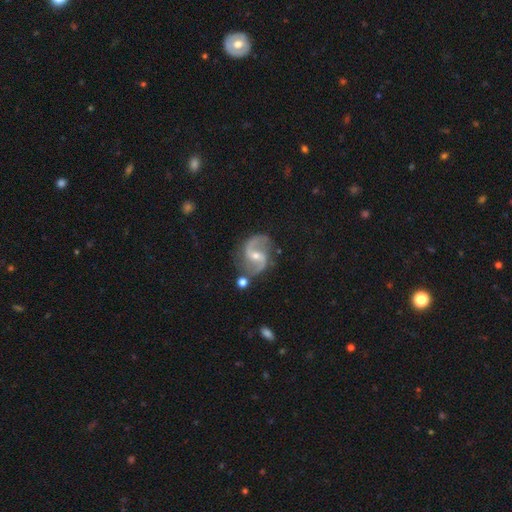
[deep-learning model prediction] smooth_or_featured: featured or disk (p=0.91) [alt: star or artifact p=0.05]
disk_edge_on: no (p=0.98) [alt: yes p=0.02]
bar: weak (p=0.44) [alt: strong p=0.28]
has_spiral_arms: yes (p=0.98) [alt: no p=0.02]
spiral_winding: medium (p=0.47) [alt: loose p=0.43]
spiral_arm_count: 2 (p=0.94) [alt: can't tell p=0.02]
bulge_size: small (p=0.52) [alt: moderate p=0.45]
merging: none (p=0.76) [alt: minor disturbance p=0.15]